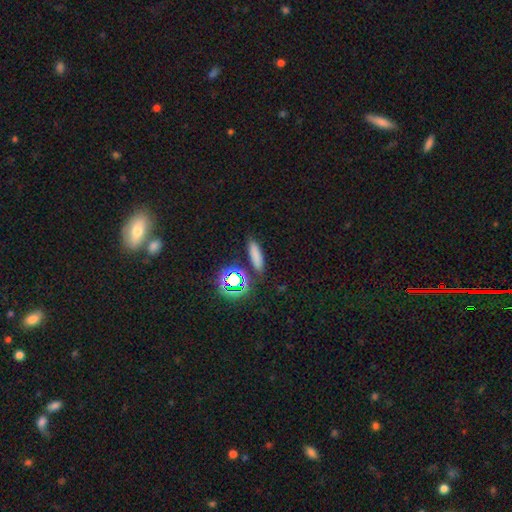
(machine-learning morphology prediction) Q: Smooth or featured?
A: smooth (72%); runner-up: star or artifact (19%)
Q: How rounded?
A: cigar-shaped (62%); runner-up: in between (32%)
Q: Merging?
A: none (86%); runner-up: minor disturbance (8%)